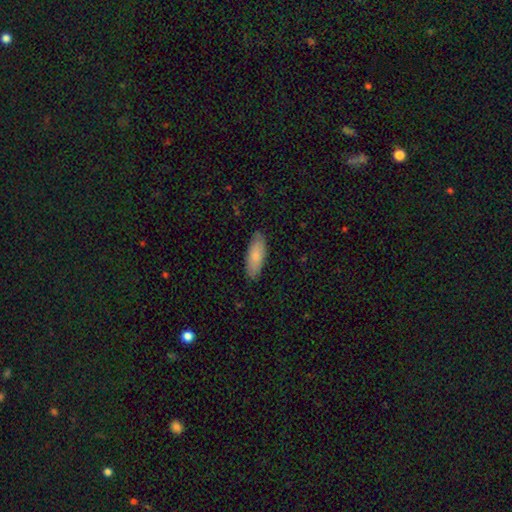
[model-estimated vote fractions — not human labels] Morphology: type=smooth (81%); roundness=in between (71%); merging=none (85%).